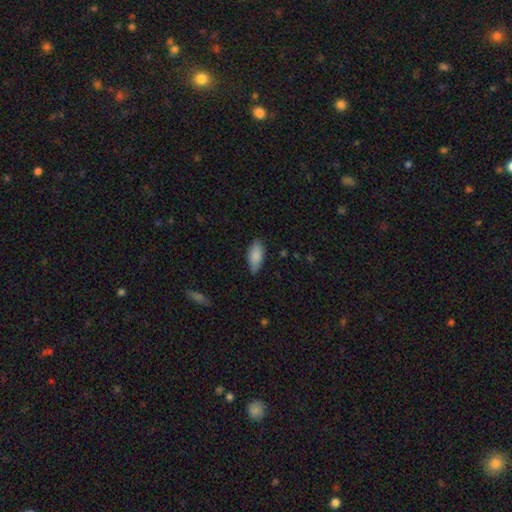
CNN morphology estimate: Smooth or featured? Predicted: smooth (p=0.85). How rounded? Predicted: in between (p=0.87). Merging? Predicted: none (p=0.73).